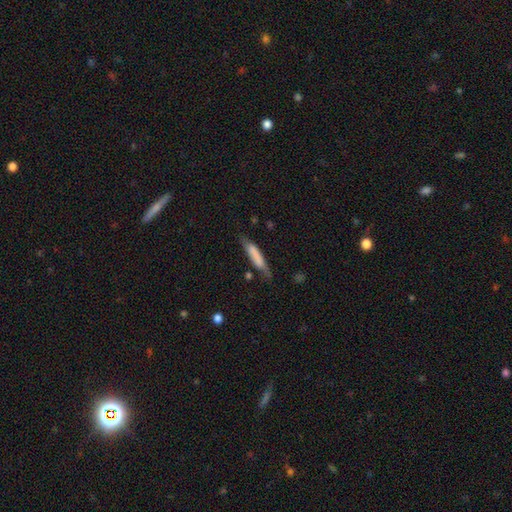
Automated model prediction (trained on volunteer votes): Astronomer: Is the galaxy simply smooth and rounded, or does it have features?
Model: smooth — 71%.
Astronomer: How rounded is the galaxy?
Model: cigar-shaped — 84%.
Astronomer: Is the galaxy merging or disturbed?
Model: none — 62%.